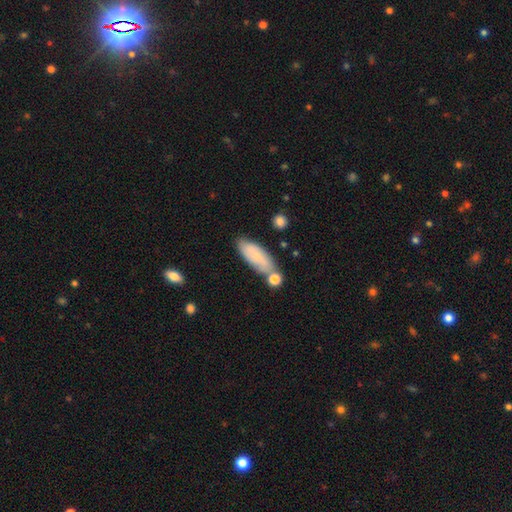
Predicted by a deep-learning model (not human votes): This is likely a smooth galaxy (70%). How rounded: likely in between (73%). Merging: likely none (65%).